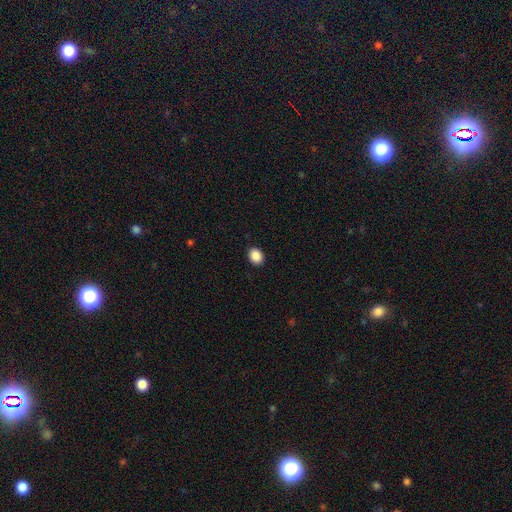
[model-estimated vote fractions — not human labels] This appears to be a smooth galaxy with no disk features (90%) that is in between round and cigar-shaped (58%). Merging: none (91%).